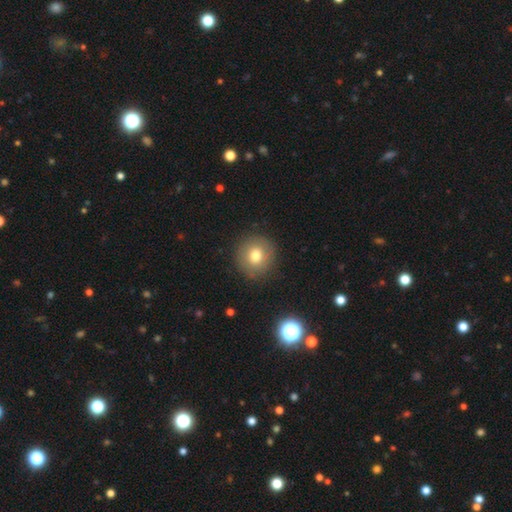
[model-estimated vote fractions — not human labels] smooth 75%, featured or disk 14%, star or artifact 11%. Down the decision tree: how rounded — round (93%); merging — none (88%).